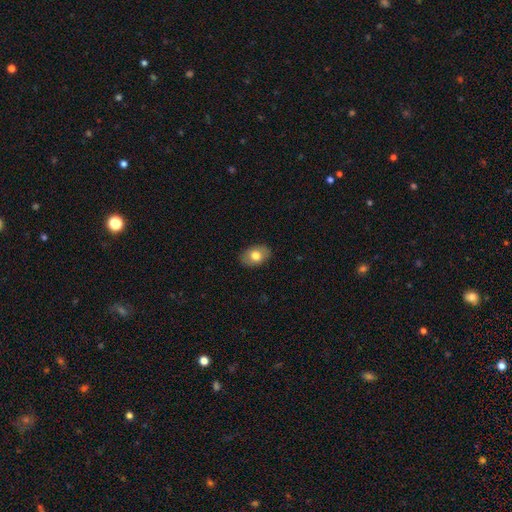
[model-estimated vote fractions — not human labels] This is likely a smooth galaxy (74%). How rounded: clearly in between (81%). Merging: clearly none (87%).